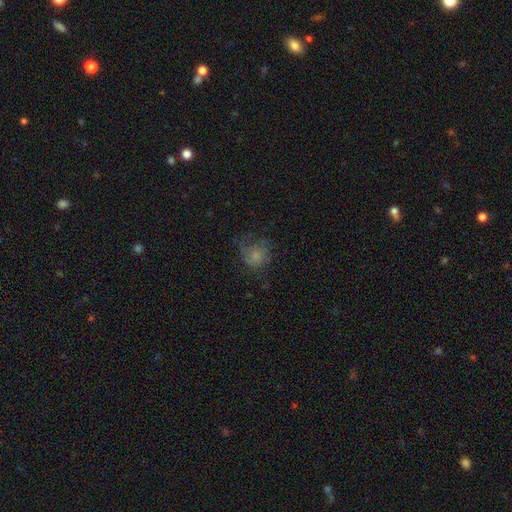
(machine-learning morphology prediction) smooth_or_featured: smooth (p=0.48) [alt: featured or disk p=0.41]
merging: none (p=0.51) [alt: major disturbance p=0.25]